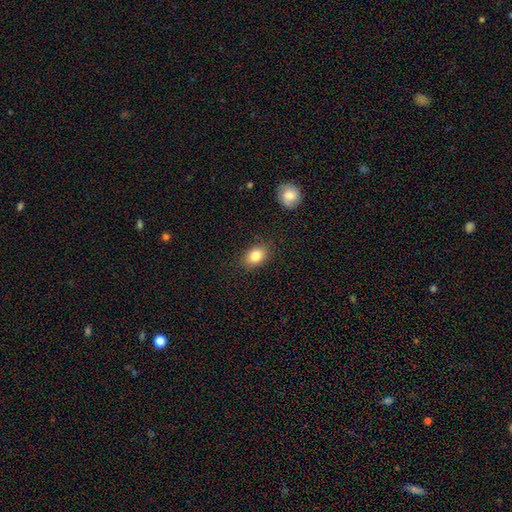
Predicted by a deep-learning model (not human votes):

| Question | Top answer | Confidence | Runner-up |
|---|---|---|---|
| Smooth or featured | smooth | 82% | star or artifact (9%) |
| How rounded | in between | 73% | round (25%) |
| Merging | none | 85% | minor disturbance (11%) |